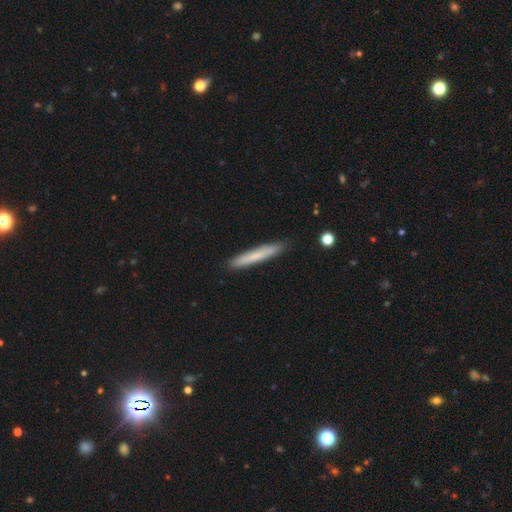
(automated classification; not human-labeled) Smooth or featured? smooth (71%)
How rounded? cigar-shaped (96%)
Merging? none (90%)